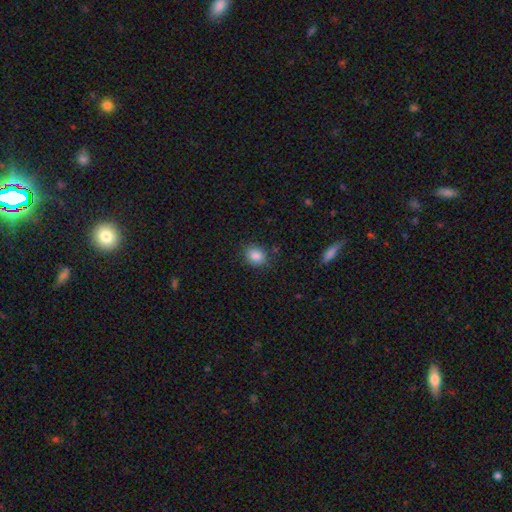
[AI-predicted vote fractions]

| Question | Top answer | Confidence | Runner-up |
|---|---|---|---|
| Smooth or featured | smooth | 85% | star or artifact (9%) |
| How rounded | round | 53% | in between (46%) |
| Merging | none | 83% | minor disturbance (12%) |